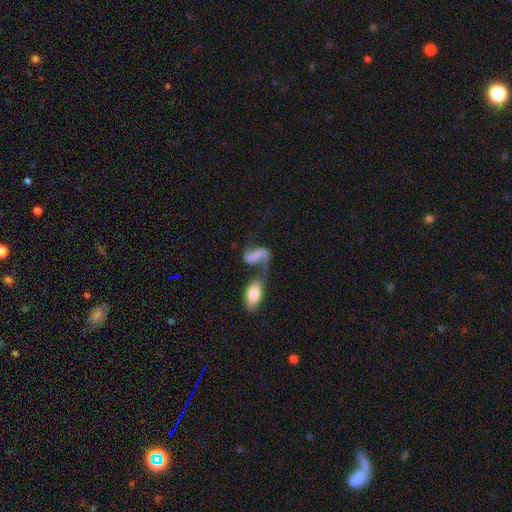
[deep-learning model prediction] This appears to be a featured or disk galaxy (64%) with no bar (50%), 2 (82%) loose (77%) spiral arms (86%) and no central bulge (57%). Merging: merger (36%).